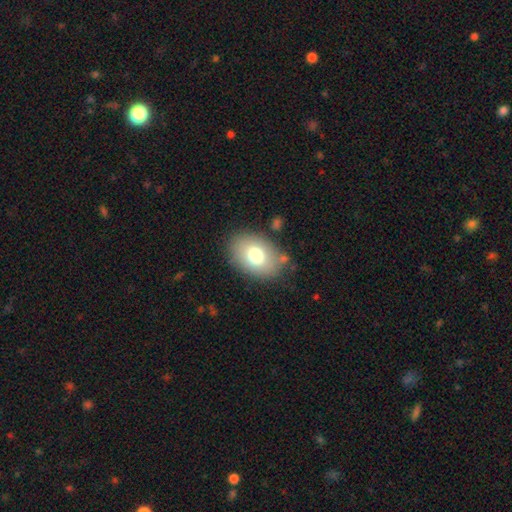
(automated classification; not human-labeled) Smooth or featured? Predicted: smooth (p=0.73). How rounded? Predicted: in between (p=0.74). Merging? Predicted: none (p=0.81).